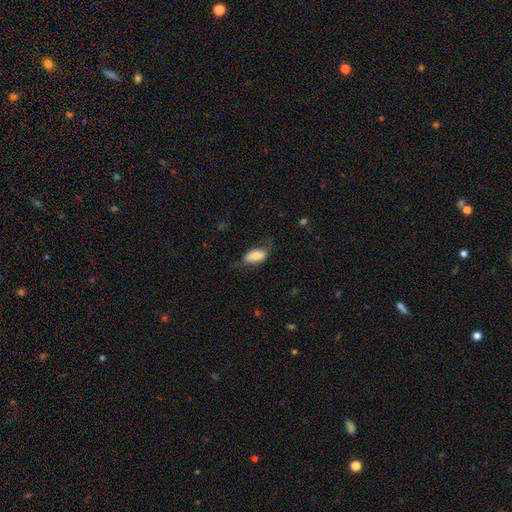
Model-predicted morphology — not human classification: Smooth or featured?
  - smooth: 70% *
  - featured or disk: 23%
  - star or artifact: 7%
How rounded?
  - in between: 90% *
  - cigar-shaped: 6%
  - round: 4%
Merging?
  - none: 53% *
  - minor disturbance: 29%
  - major disturbance: 16%
  - merger: 2%